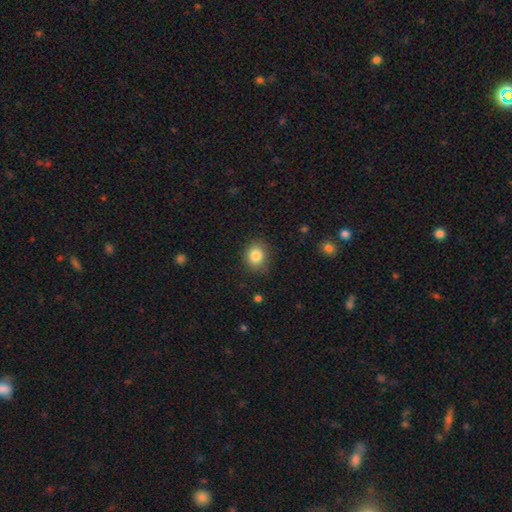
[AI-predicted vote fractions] The model was most divided on "how rounded": round: 72%, in between: 27%, cigar-shaped: 1%. More confident: smooth or featured — smooth (84%); merging — none (82%).